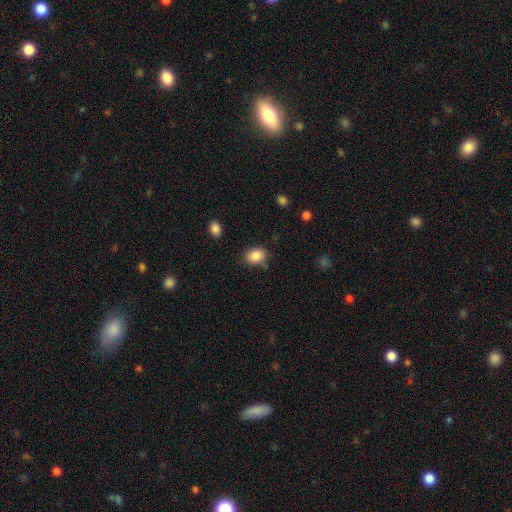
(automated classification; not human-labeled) This appears to be a smooth galaxy with no disk features (86%) that is in between round and cigar-shaped (58%). Merging: none (76%).